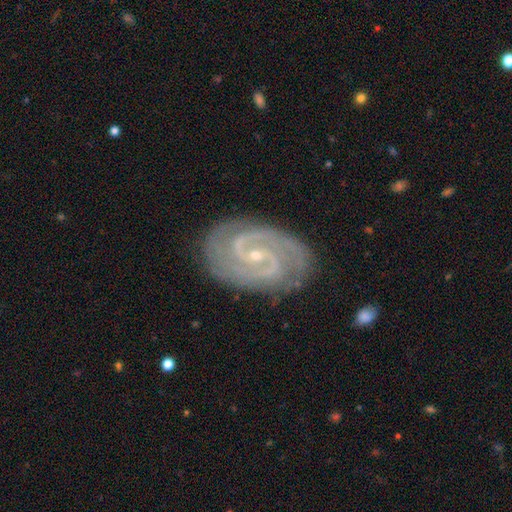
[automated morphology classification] Smooth or featured? Predicted: featured or disk (p=0.92). Edge-on disk? Predicted: no (p=0.97). Bar? Predicted: weak (p=0.46). Spiral arms? Predicted: yes (p=0.98). Spiral winding? Predicted: tight (p=0.54). Spiral arm count? Predicted: 2 (p=0.83). Bulge size? Predicted: small (p=0.78). Merging? Predicted: none (p=0.83).